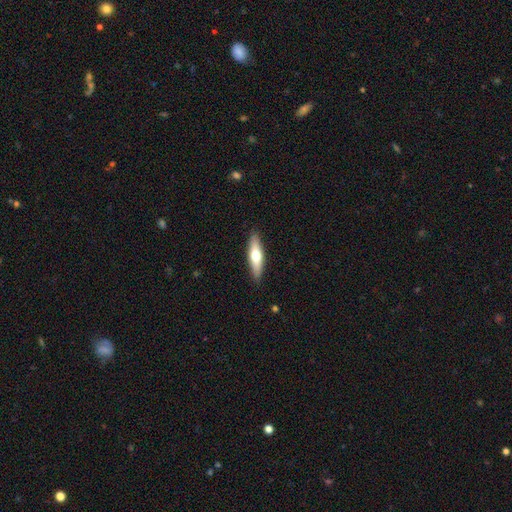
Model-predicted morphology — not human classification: Overall: smooth (54%; featured or disk 41%). How rounded: cigar-shaped (66%; in between 32%). Merging: none (89%).